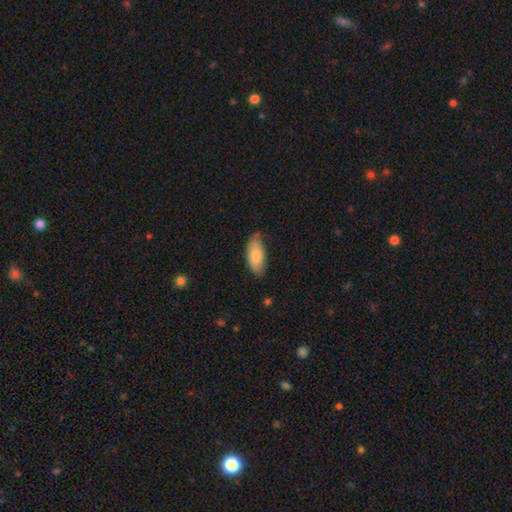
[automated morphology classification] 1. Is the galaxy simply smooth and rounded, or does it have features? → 81% smooth, 13% featured or disk, 6% star or artifact.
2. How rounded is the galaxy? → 88% in between, 10% cigar-shaped, 2% round.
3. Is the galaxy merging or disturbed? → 67% none, 27% minor disturbance, 5% major disturbance, 2% merger.